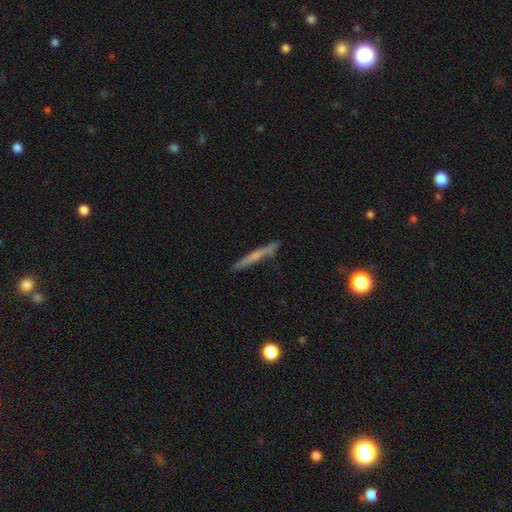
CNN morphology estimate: A featured or disk galaxy (49%). Merging: none (86%).